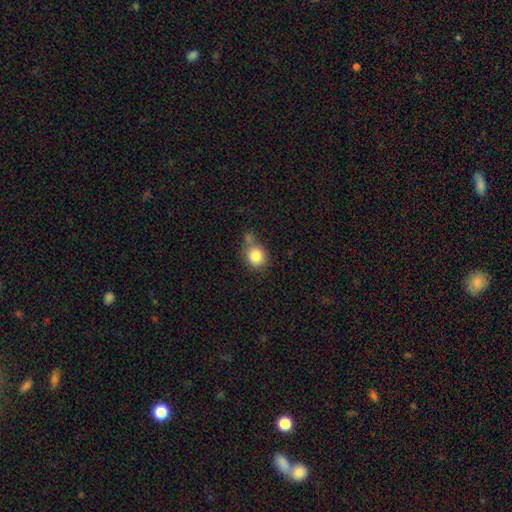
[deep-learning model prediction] Q: Smooth or featured?
A: smooth (84%); runner-up: star or artifact (9%)
Q: How rounded?
A: round (76%); runner-up: in between (23%)
Q: Merging?
A: none (53%); runner-up: merger (23%)